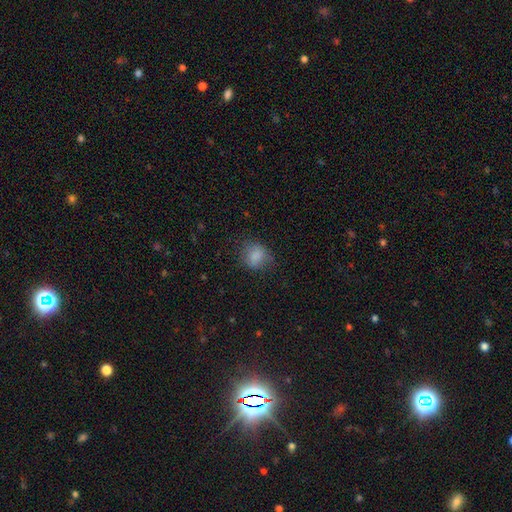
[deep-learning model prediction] A smooth galaxy with no disk features (82%) that is round (67%). Merging: none (69%).